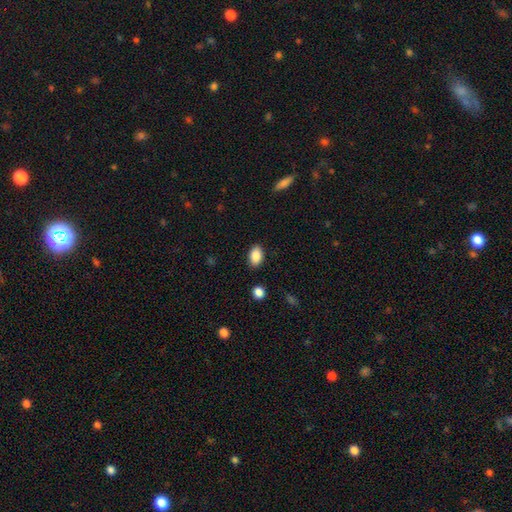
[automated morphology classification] Smooth or featured?
  - smooth: 88% *
  - star or artifact: 7%
  - featured or disk: 4%
How rounded?
  - in between: 88% *
  - round: 10%
  - cigar-shaped: 1%
Merging?
  - none: 87% *
  - minor disturbance: 9%
  - major disturbance: 2%
  - merger: 2%